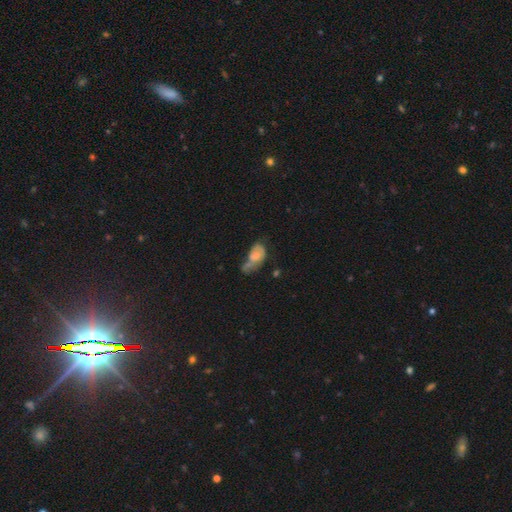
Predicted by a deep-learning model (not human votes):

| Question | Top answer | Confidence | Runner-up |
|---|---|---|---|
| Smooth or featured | smooth | 61% | featured or disk (28%) |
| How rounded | in between | 89% | round (8%) |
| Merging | minor disturbance | 27% | merger (26%) |